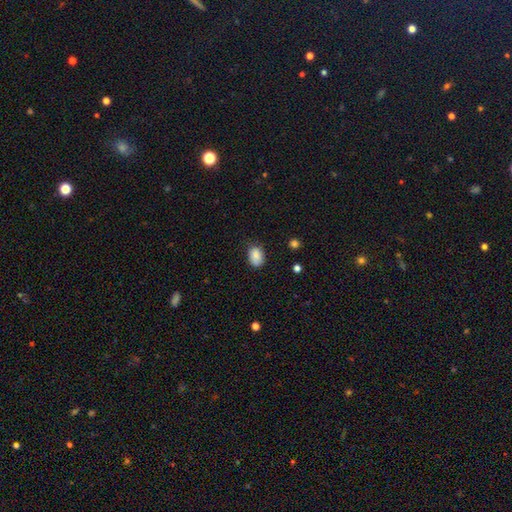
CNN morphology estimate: smooth 87%, star or artifact 8%, featured or disk 5%. Down the decision tree: how rounded — in between (79%); merging — none (71%).